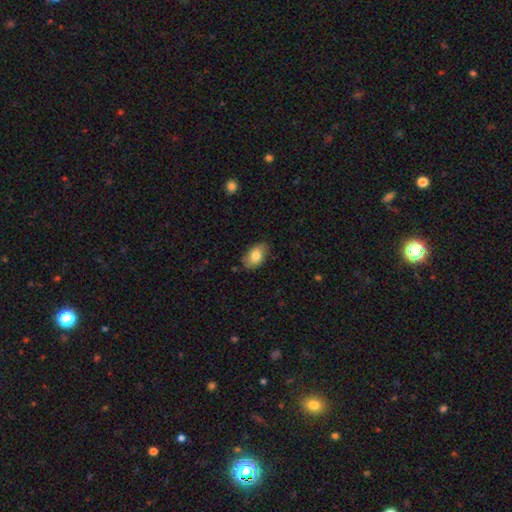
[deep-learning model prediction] smooth_or_featured: smooth (p=0.79) [alt: featured or disk p=0.14]
how_rounded: in between (p=0.91) [alt: round p=0.08]
merging: none (p=0.78) [alt: minor disturbance p=0.17]